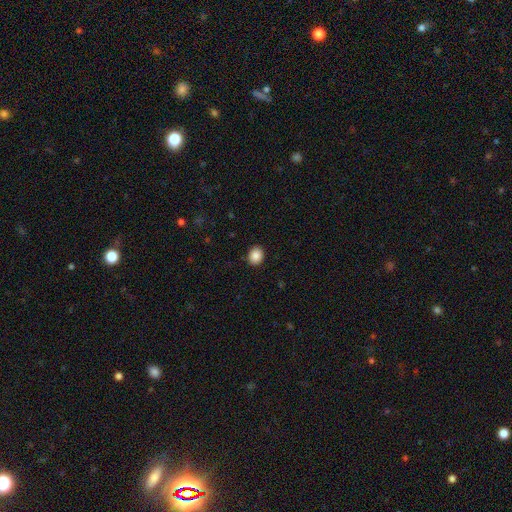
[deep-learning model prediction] A smooth galaxy with no disk features (88%) that is round (63%).

Vote fractions:
- Smooth or featured? smooth: 88% / star or artifact: 8% / featured or disk: 3%
- How rounded? round: 63% / in between: 36% / cigar-shaped: 1%
- Merging? none: 91% / minor disturbance: 7% / major disturbance: 2% / merger: 1%